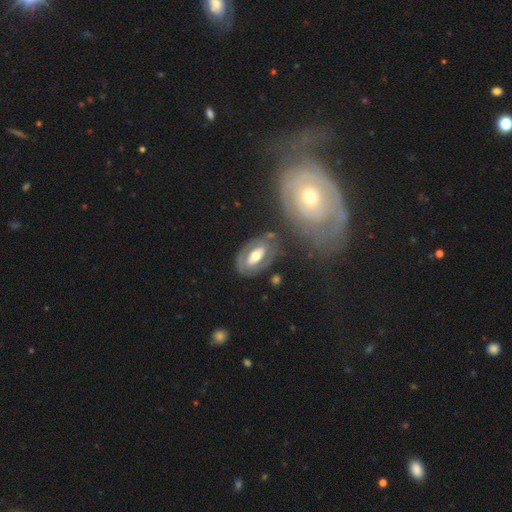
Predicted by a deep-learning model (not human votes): Smooth or featured?
  - featured or disk: 66% *
  - smooth: 28%
  - star or artifact: 6%
Edge-on disk?
  - no: 92% *
  - yes: 8%
Bar?
  - no: 47% *
  - weak: 28%
  - strong: 25%
Spiral arms?
  - no: 55% *
  - yes: 45%
Bulge size?
  - moderate: 66% *
  - large: 20%
  - small: 11%
  - dominant: 2%
  - none: 1%
Merging?
  - none: 71% *
  - minor disturbance: 16%
  - major disturbance: 8%
  - merger: 6%